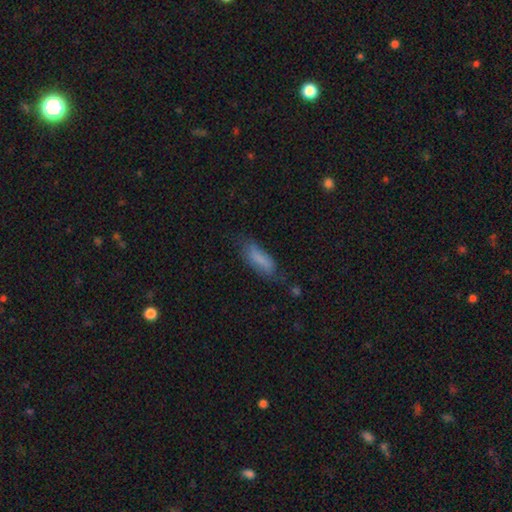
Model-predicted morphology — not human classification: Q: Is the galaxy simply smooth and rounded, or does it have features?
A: smooth — 75%.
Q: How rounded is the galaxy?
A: in between — 53%.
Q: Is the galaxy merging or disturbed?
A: none — 61%.